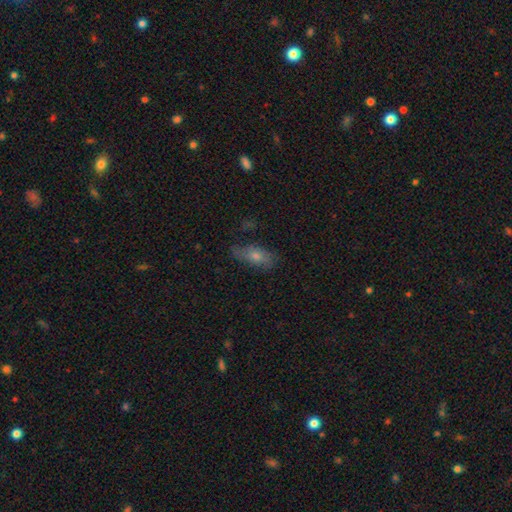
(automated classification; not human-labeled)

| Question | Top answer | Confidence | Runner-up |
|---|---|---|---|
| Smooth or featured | smooth | 53% | featured or disk (35%) |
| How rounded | in between | 72% | cigar-shaped (22%) |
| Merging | none | 70% | minor disturbance (21%) |